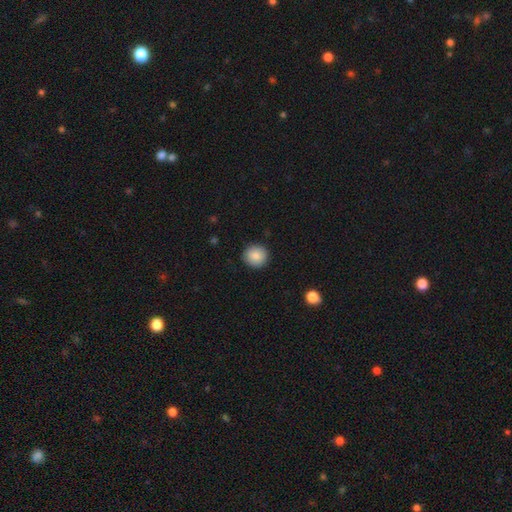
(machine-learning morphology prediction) Smooth or featured? Predicted: smooth (p=0.87). How rounded? Predicted: round (p=0.93). Merging? Predicted: none (p=0.91).